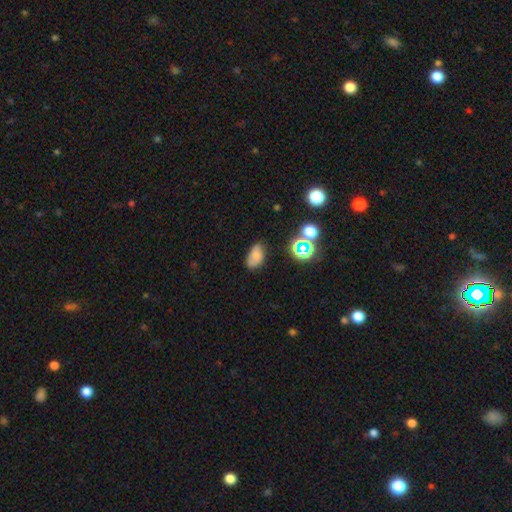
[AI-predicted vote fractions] Overall: smooth (69%). How rounded: in between (89%). Merging: none (66%).